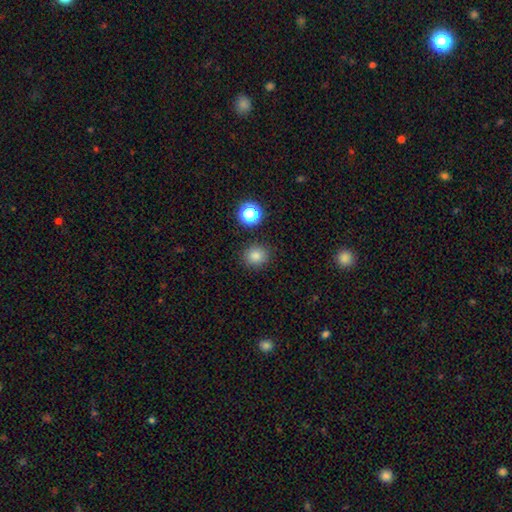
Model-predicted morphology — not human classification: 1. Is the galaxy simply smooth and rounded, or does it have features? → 82% smooth, 13% star or artifact, 5% featured or disk.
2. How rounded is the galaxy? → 85% round, 14% in between, 1% cigar-shaped.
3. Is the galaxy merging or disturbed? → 87% none, 8% minor disturbance, 3% merger, 3% major disturbance.